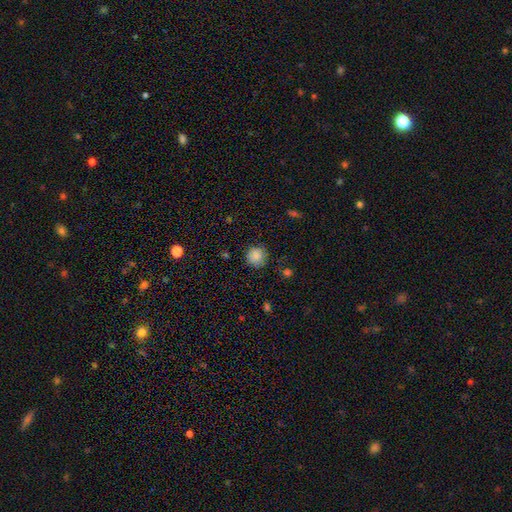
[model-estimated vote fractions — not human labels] This is clearly a smooth galaxy (86%). How rounded: clearly round (93%). Merging: clearly none (84%).